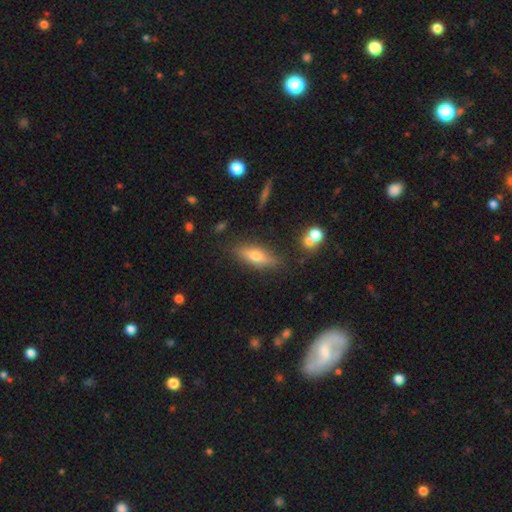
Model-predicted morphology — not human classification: This is possibly a smooth galaxy (50%). Merging: clearly none (82%).